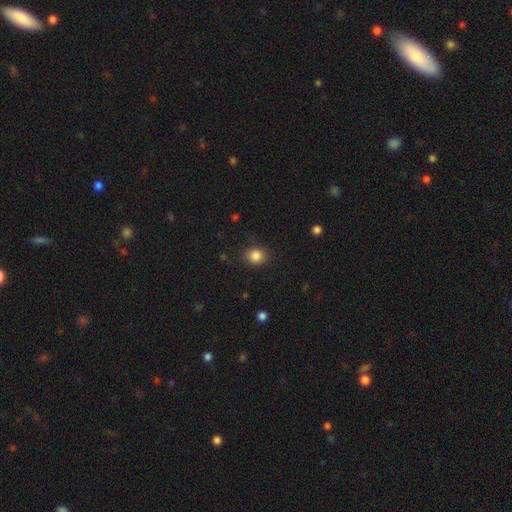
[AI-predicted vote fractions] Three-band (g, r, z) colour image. It shows a smooth galaxy with no disk features (85%) that is round (79%). Merging: none (85%).